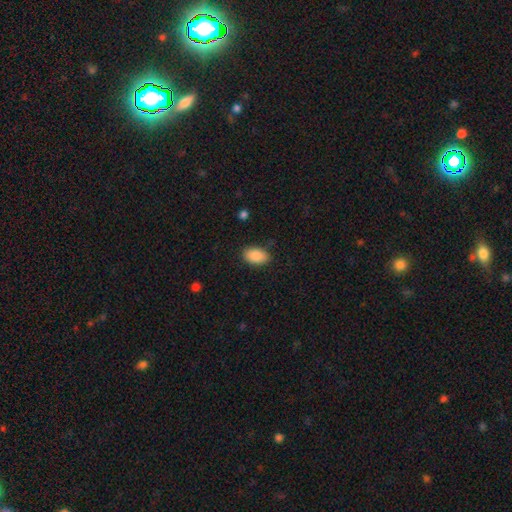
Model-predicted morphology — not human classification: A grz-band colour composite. It shows a smooth galaxy with no disk features (88%) that is in between round and cigar-shaped (90%). Merging: none (84%).